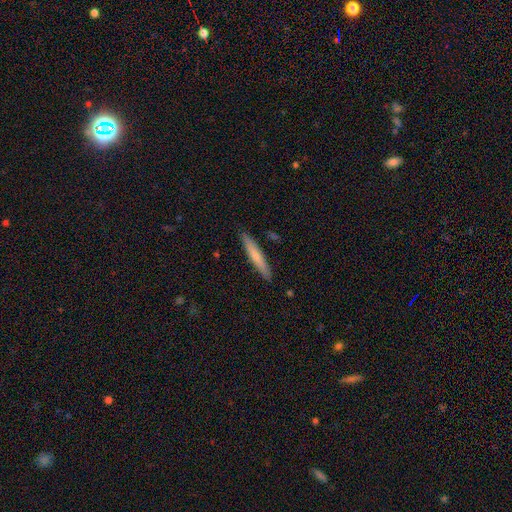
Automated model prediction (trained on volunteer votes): Smooth or featured? smooth (64%)
How rounded? cigar-shaped (94%)
Merging? none (90%)